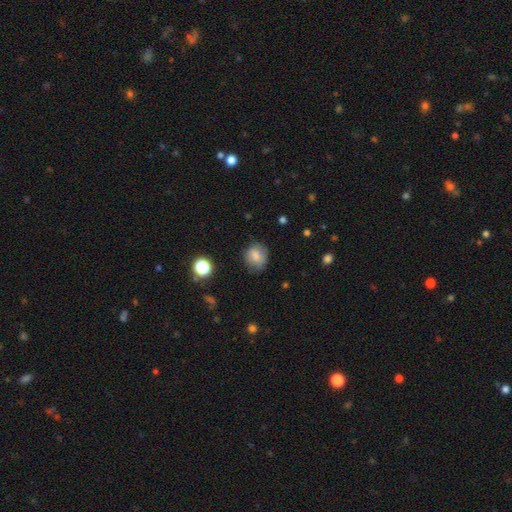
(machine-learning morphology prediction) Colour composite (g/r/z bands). It shows a smooth galaxy with no disk features (78%) that is round (75%). Merging: none (75%).